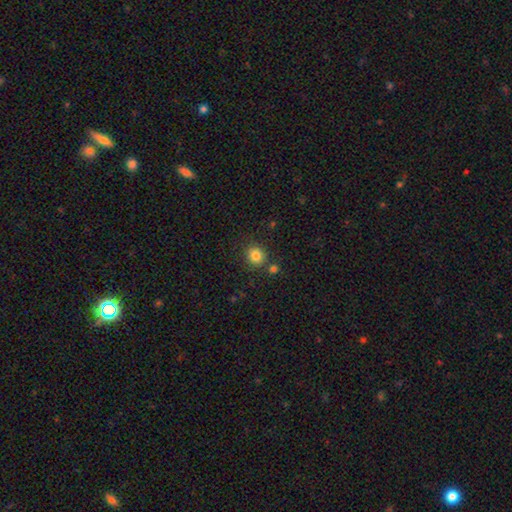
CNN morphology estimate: This appears to be a smooth galaxy with no disk features (83%) that is round (82%). Merging: none (81%).